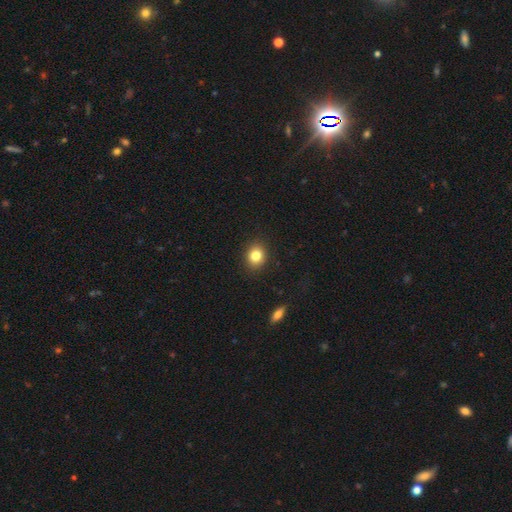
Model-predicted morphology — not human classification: Q: Smooth or featured?
A: smooth (82%); runner-up: star or artifact (11%)
Q: How rounded?
A: round (64%); runner-up: in between (35%)
Q: Merging?
A: none (90%); runner-up: minor disturbance (7%)